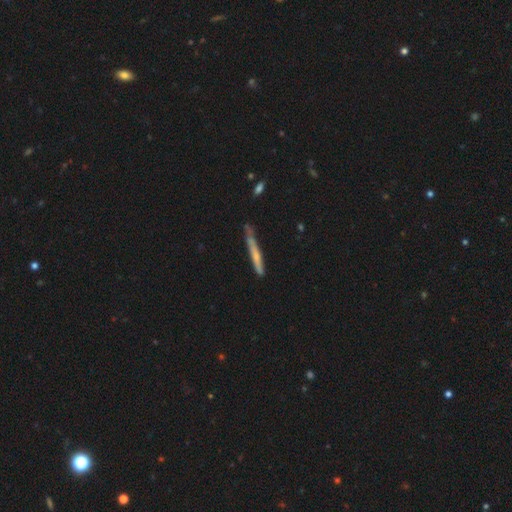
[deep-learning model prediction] Q: Smooth or featured?
A: smooth (52%); runner-up: featured or disk (41%)
Q: How rounded?
A: cigar-shaped (96%); runner-up: in between (3%)
Q: Merging?
A: none (65%); runner-up: minor disturbance (26%)